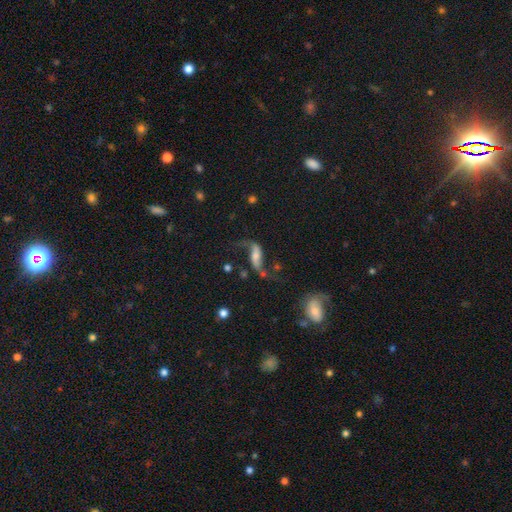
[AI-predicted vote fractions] A featured or disk galaxy (75%) with no bar (39%), 2 (90%) loose (92%) spiral arms (92%) and a small central bulge (34%). Merging: none (53%).